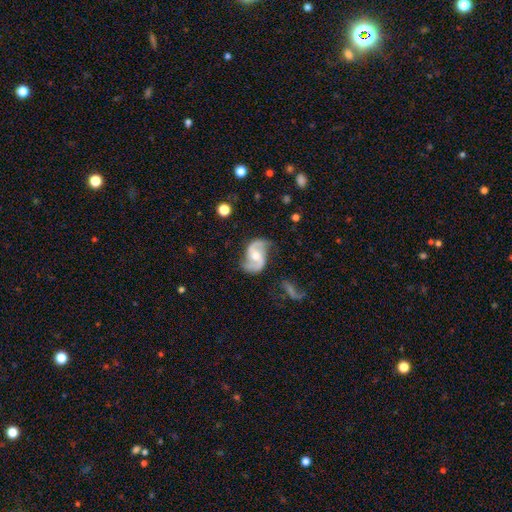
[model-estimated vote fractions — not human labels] A featured or disk galaxy (88%) with no bar (43%), 2 (93%) loose (46%) spiral arms (96%) and a moderate central bulge (67%).

Vote fractions:
- Smooth or featured? featured or disk: 88% / smooth: 7% / star or artifact: 5%
- Edge-on disk? no: 97% / yes: 3%
- Bar? no: 43% / weak: 42% / strong: 15%
- Spiral arms? yes: 96% / no: 4%
- Spiral winding? loose: 46% / medium: 42% / tight: 12%
- Spiral arm count? 2: 93% / can't tell: 3% / 1: 2% / 3: 1% / 4: 1% / more than 4: 1%
- Bulge size? moderate: 67% / small: 26% / large: 5% / none: 2% / dominant: 1%
- Merging? none: 73% / minor disturbance: 17% / major disturbance: 7% / merger: 2%